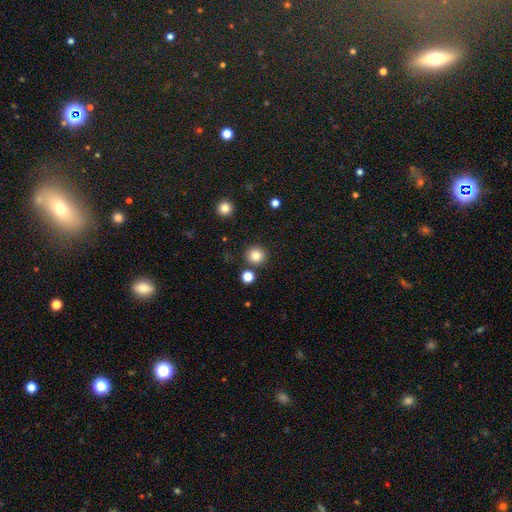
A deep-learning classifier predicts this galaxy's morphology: This is clearly a smooth galaxy (84%). How rounded: clearly round (93%). Merging: clearly none (88%).